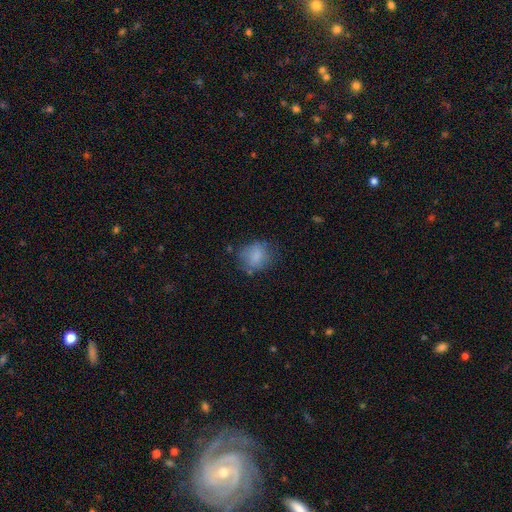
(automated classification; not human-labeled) This appears to be a smooth galaxy with no disk features (79%) that is round (66%). Merging: none (64%).